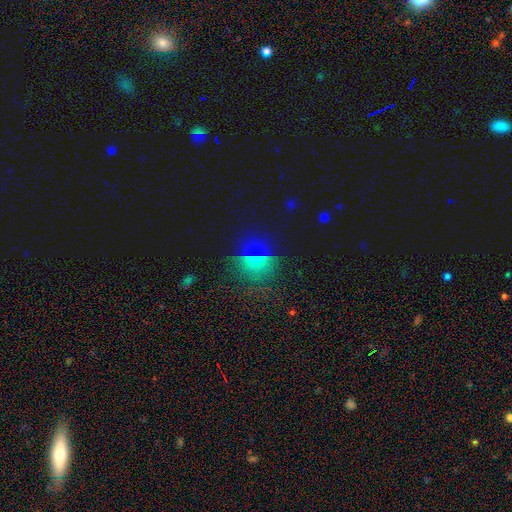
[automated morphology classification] Smooth or featured? smooth (48%)
Merging? none (82%)